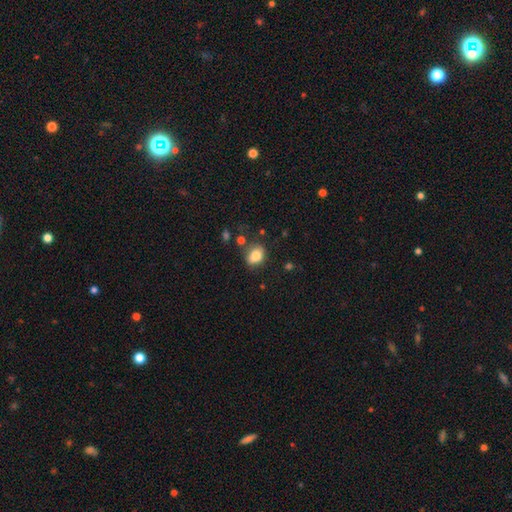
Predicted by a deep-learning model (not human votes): Morphology: type=smooth (81%); roundness=in between (59%); merging=none (70%).